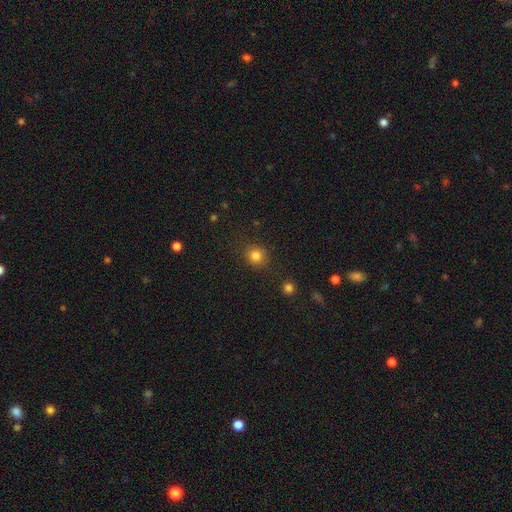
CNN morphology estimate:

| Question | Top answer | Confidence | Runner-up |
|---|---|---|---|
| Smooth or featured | smooth | 83% | star or artifact (12%) |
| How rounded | round | 87% | in between (12%) |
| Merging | none | 87% | minor disturbance (8%) |